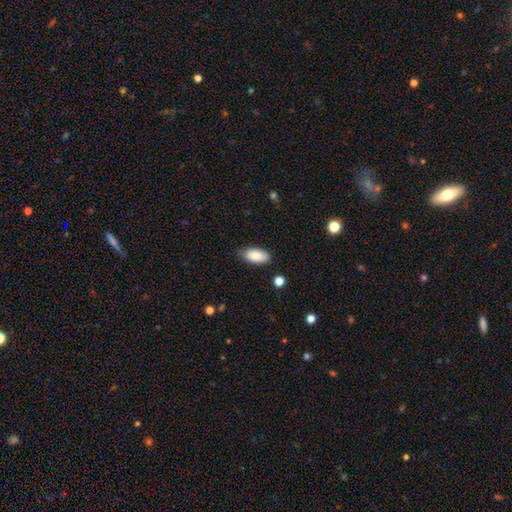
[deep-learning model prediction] The model was most divided on "merging": none: 77%, minor disturbance: 18%, major disturbance: 3%, merger: 1%. More confident: how rounded — in between (92%); smooth or featured — smooth (87%).